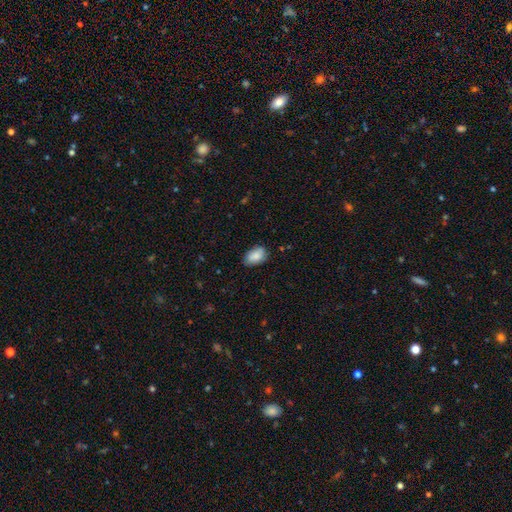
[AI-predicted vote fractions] A smooth galaxy with no disk features (85%) that is in between round and cigar-shaped (92%). Merging: none (78%).